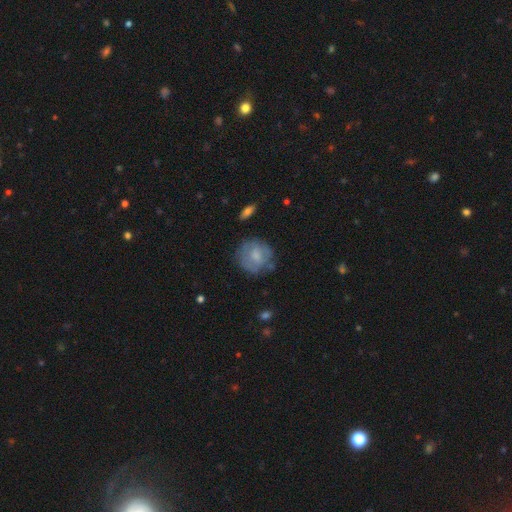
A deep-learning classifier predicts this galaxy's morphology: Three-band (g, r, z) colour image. It shows a smooth galaxy with no disk features (61%) that is round (84%). Merging: none (67%).